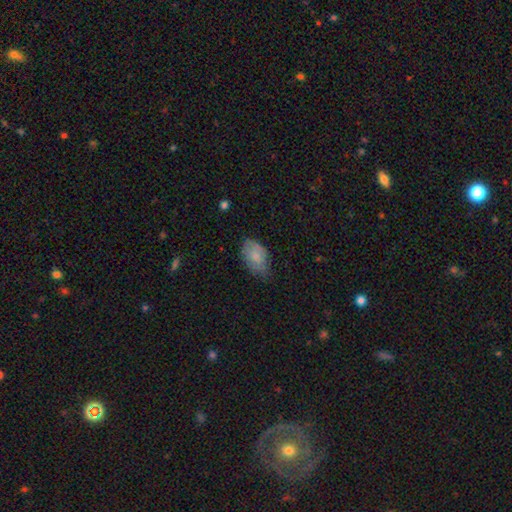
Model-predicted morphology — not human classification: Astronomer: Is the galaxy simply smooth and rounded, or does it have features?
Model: smooth — 72%.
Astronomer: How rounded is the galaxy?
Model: in between — 91%.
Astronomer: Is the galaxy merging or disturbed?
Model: none — 54% (runner-up: minor disturbance, 37%).